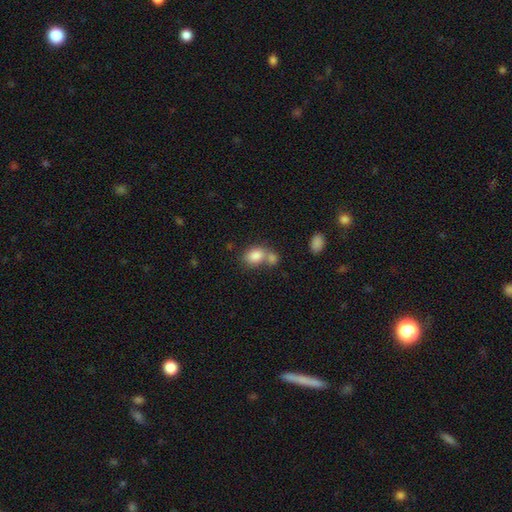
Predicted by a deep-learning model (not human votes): smooth-or-featured: smooth: 84% | star or artifact: 8% | featured or disk: 8%
  how-rounded: in between: 65% | round: 34% | cigar-shaped: 1%
  merging: merger: 46% | none: 39% | minor disturbance: 11% | major disturbance: 5%